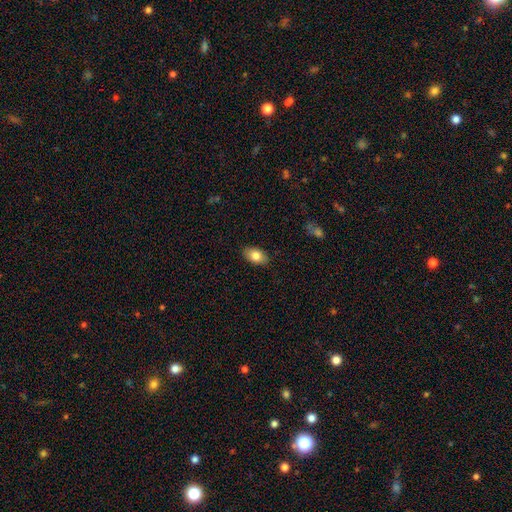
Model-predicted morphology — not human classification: Q: Smooth or featured?
A: smooth (82%); runner-up: featured or disk (11%)
Q: How rounded?
A: in between (91%); runner-up: round (7%)
Q: Merging?
A: none (88%); runner-up: minor disturbance (9%)